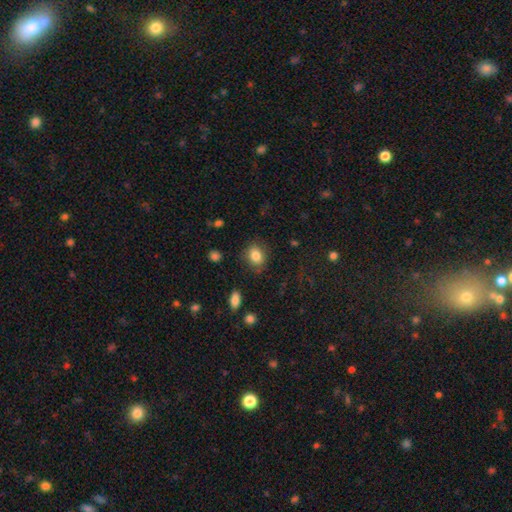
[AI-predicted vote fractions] smooth_or_featured: smooth (p=0.83) [alt: star or artifact p=0.09]
how_rounded: in between (p=0.56) [alt: round p=0.43]
merging: none (p=0.78) [alt: minor disturbance p=0.16]